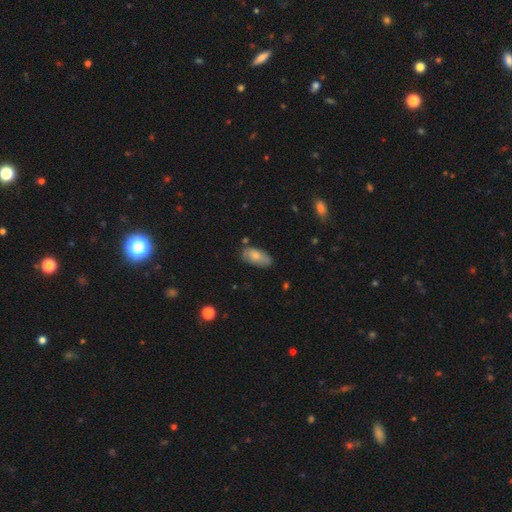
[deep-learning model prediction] A smooth galaxy with no disk features (73%) that is in between round and cigar-shaped (91%). Merging: none (67%).